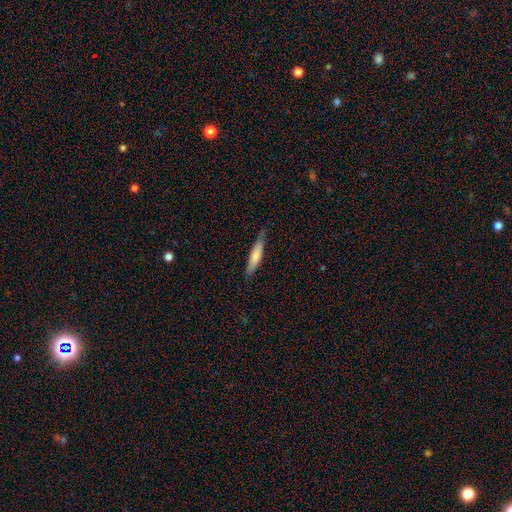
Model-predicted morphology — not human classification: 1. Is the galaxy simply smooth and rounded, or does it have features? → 71% smooth, 23% featured or disk, 5% star or artifact.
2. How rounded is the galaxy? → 83% cigar-shaped, 16% in between, 1% round.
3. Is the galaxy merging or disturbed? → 79% none, 17% minor disturbance, 3% major disturbance, 1% merger.